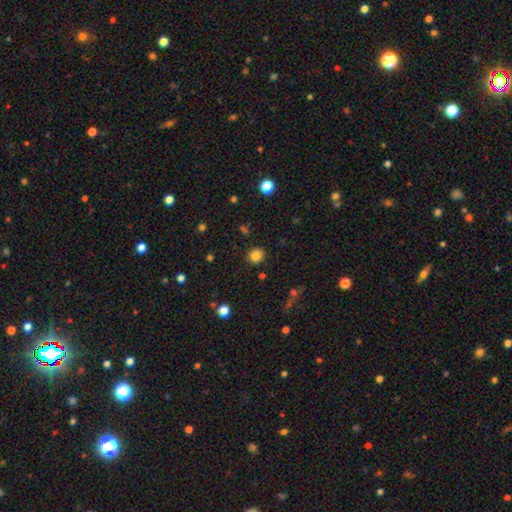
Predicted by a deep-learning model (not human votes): Smooth or featured: smooth — 84% (star or artifact — 11%)
How rounded: round — 79% (in between — 20%)
Merging: none — 88% (minor disturbance — 8%)